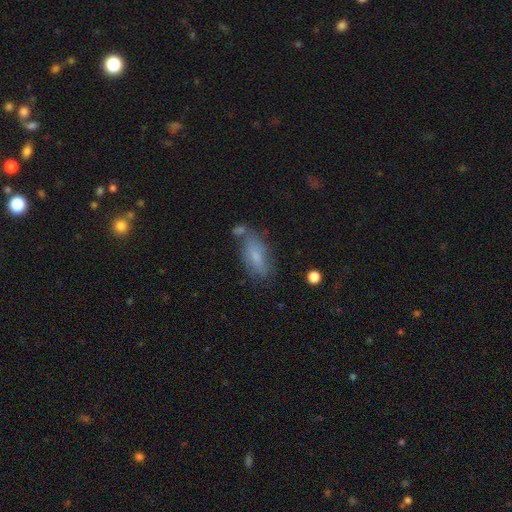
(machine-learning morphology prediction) smooth 70%, featured or disk 21%, star or artifact 8%. Down the decision tree: how rounded — in between (79%); merging — none (58%).